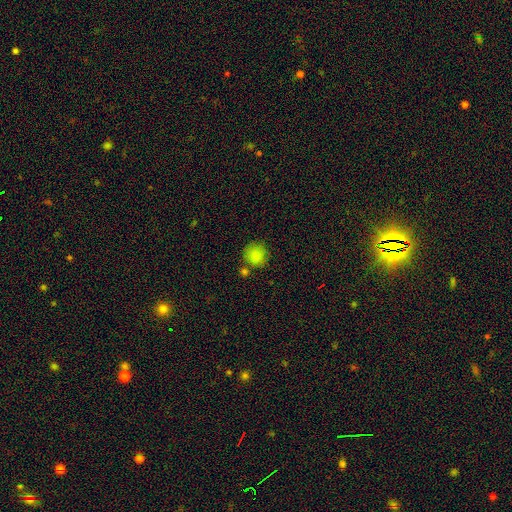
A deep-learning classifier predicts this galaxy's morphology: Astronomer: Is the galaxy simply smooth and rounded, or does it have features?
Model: smooth — 86%.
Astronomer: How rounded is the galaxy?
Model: round — 90%.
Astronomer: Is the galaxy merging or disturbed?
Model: none — 72%.